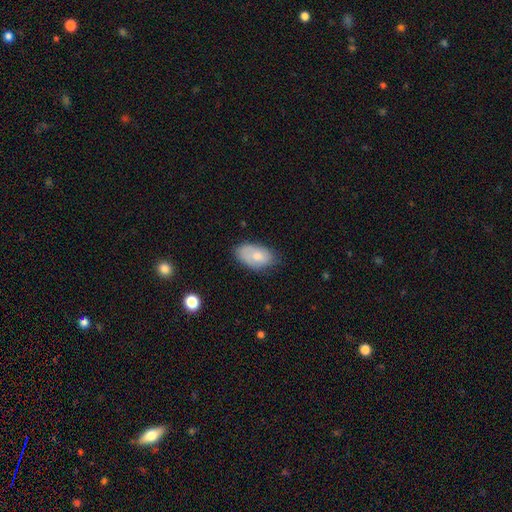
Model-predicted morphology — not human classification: Smooth or featured: smooth — 71% (featured or disk — 22%)
How rounded: in between — 93% (round — 5%)
Merging: none — 68% (minor disturbance — 25%)